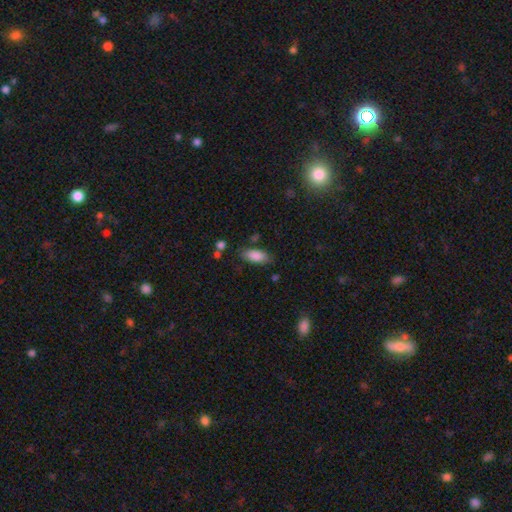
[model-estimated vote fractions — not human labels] Smooth or featured? Predicted: smooth (p=0.87). How rounded? Predicted: in between (p=0.85). Merging? Predicted: none (p=0.79).